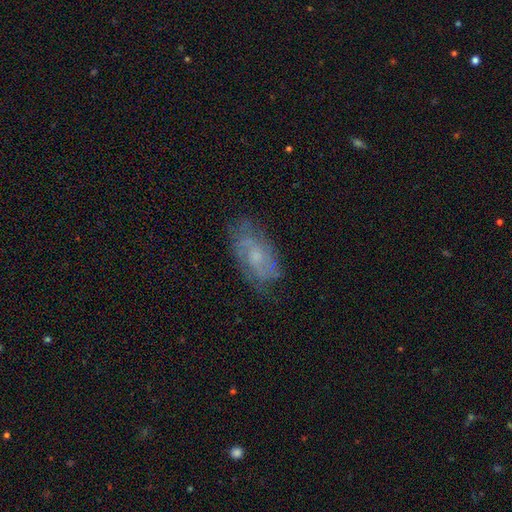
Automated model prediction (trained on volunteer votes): featured or disk 67%, smooth 24%, star or artifact 9%. Down the decision tree: edge-on disk — no (93%); bar — no (63%); spiral arms — yes (86%); spiral arm count — 2 (45%); spiral winding — medium (42%, tied with tight); bulge size — small (51%); merging — none (72%).